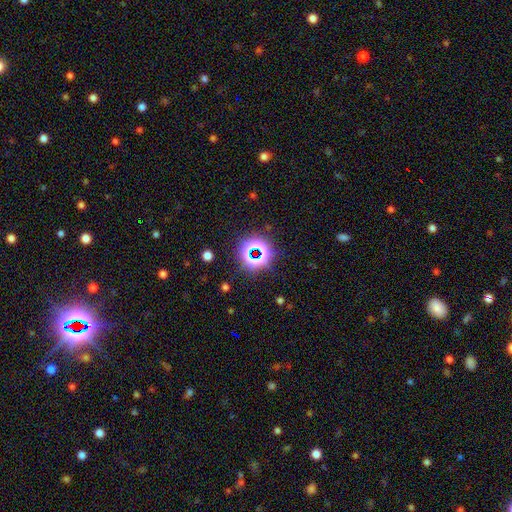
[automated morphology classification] Smooth or featured? star or artifact (68%)